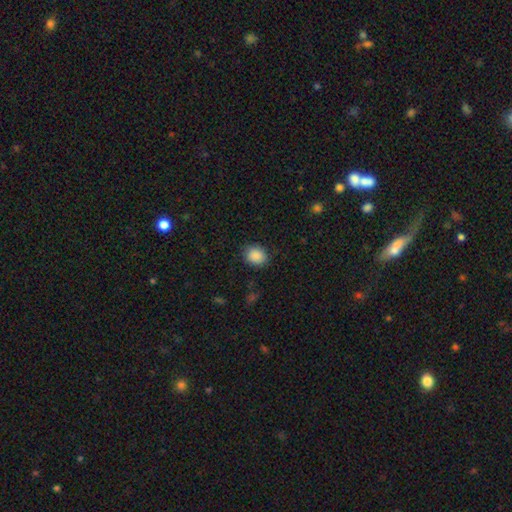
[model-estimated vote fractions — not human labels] Overall: smooth (89%). How rounded: round (60%; in between 39%). Merging: none (84%).